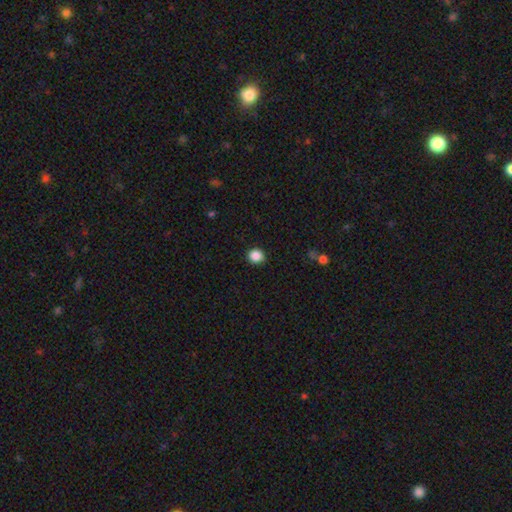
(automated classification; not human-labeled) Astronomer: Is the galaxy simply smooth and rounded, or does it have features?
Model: smooth — 88%.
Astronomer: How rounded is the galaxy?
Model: round — 86%.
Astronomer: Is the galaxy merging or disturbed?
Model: none — 90%.